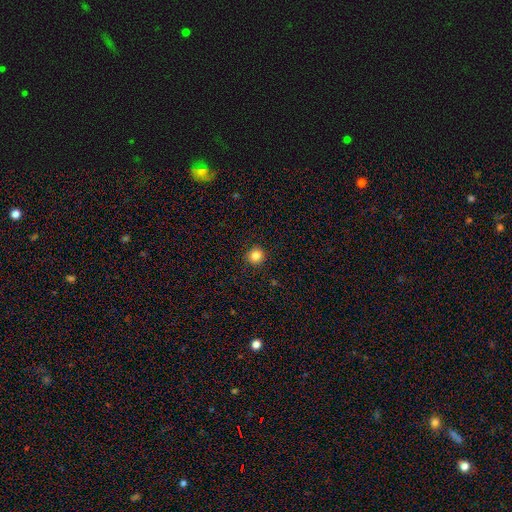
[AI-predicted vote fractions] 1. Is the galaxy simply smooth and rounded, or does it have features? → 85% smooth, 11% star or artifact, 4% featured or disk.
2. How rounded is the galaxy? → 92% round, 7% in between, 1% cigar-shaped.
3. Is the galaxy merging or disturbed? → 91% none, 6% minor disturbance, 2% major disturbance, 1% merger.